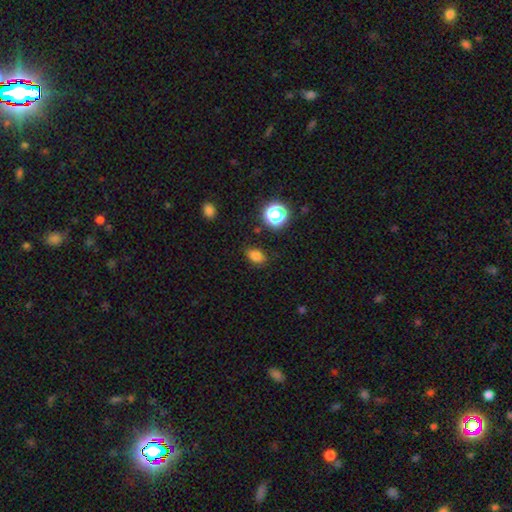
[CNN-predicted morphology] Smooth or featured? Predicted: smooth (p=0.78). How rounded? Predicted: in between (p=0.76). Merging? Predicted: none (p=0.83).